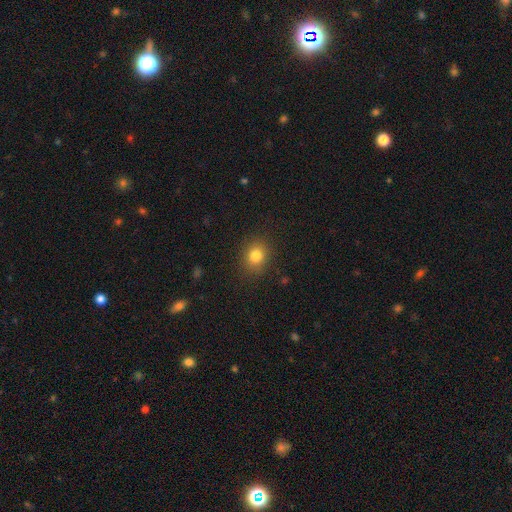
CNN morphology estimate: Q: Smooth or featured?
A: smooth (81%); runner-up: star or artifact (12%)
Q: How rounded?
A: round (73%); runner-up: in between (26%)
Q: Merging?
A: none (87%); runner-up: minor disturbance (9%)